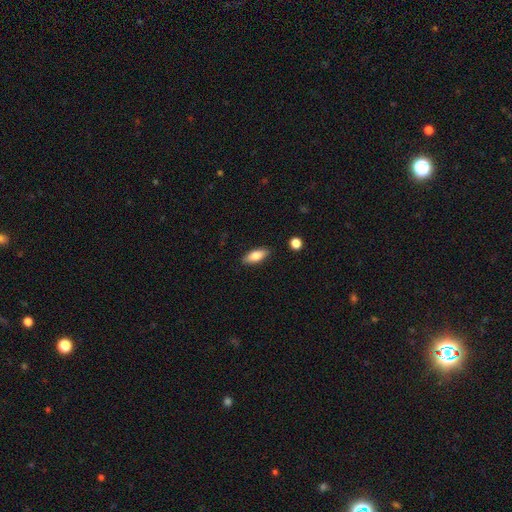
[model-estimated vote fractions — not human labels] smooth 76%, featured or disk 17%, star or artifact 7%. Down the decision tree: how rounded — in between (73%); merging — none (87%).